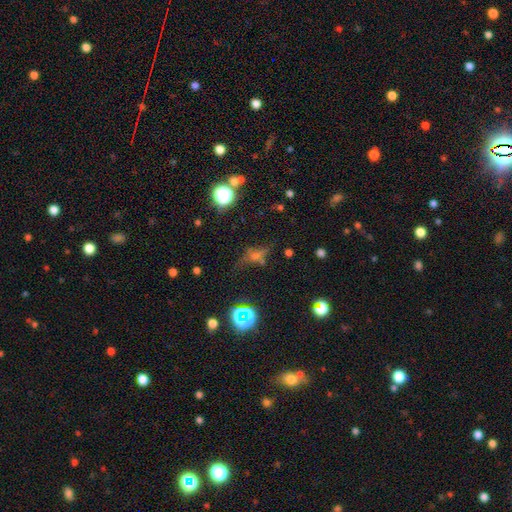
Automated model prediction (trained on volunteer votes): smooth 41%, star or artifact 32%, featured or disk 26%. Down the decision tree: merging — none (57%).